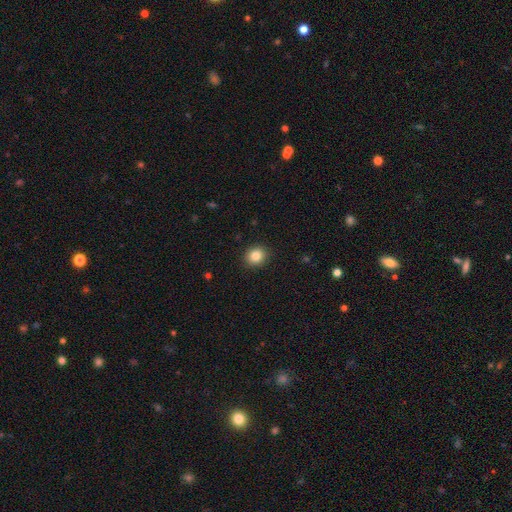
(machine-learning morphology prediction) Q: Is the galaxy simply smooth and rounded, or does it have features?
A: smooth — 84%.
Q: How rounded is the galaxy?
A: round — 80%.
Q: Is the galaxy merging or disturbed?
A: none — 91%.